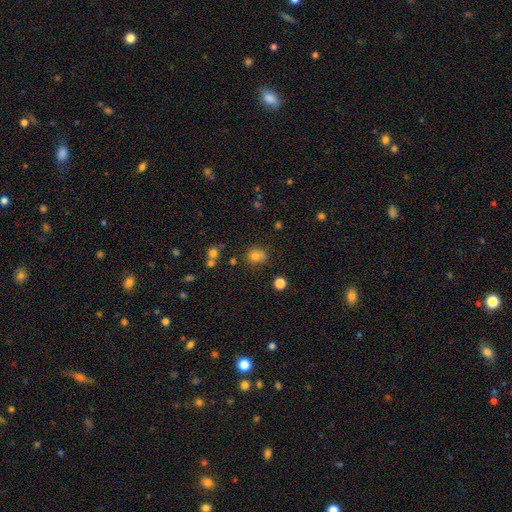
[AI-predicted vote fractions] The model was most divided on "merging": none: 62%, merger: 17%, minor disturbance: 16%, major disturbance: 5%. More confident: how rounded — round (78%); smooth or featured — smooth (74%).